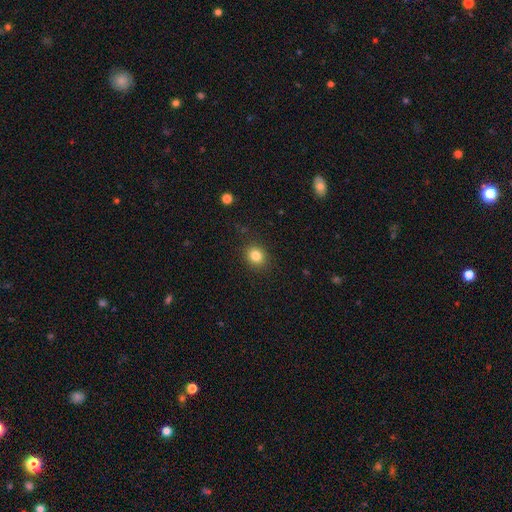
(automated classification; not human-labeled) A smooth galaxy with no disk features (83%) that is round (73%).

Vote fractions:
- Smooth or featured? smooth: 83% / star or artifact: 11% / featured or disk: 6%
- How rounded? round: 73% / in between: 26% / cigar-shaped: 1%
- Merging? none: 89% / minor disturbance: 7% / major disturbance: 2% / merger: 1%